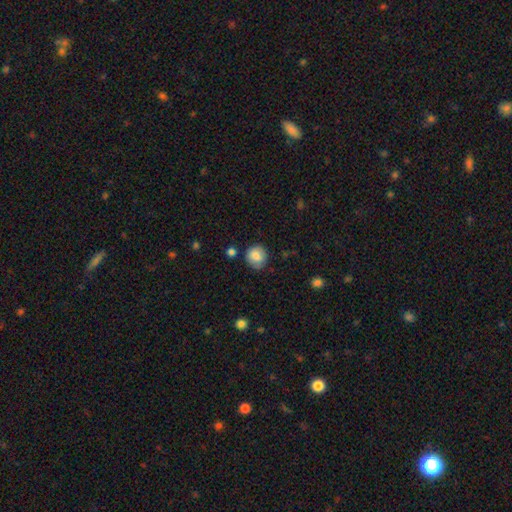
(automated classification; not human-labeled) This appears to be a smooth galaxy with no disk features (83%) that is round (88%). Merging: none (81%).